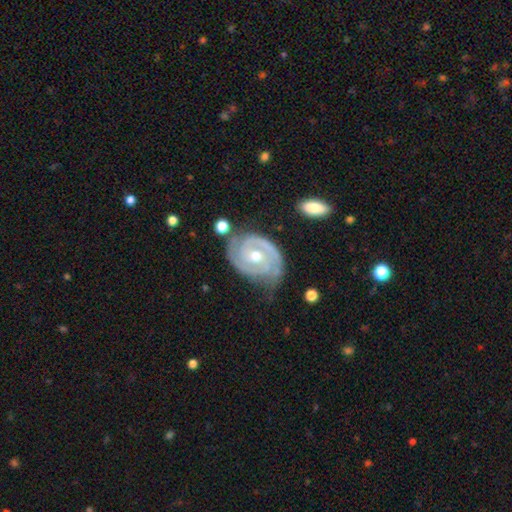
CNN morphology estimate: A featured or disk galaxy (89%) with no bar (66%), 2 (69%) tight (67%) spiral arms (96%) and a moderate central bulge (66%). Merging: none (61%).